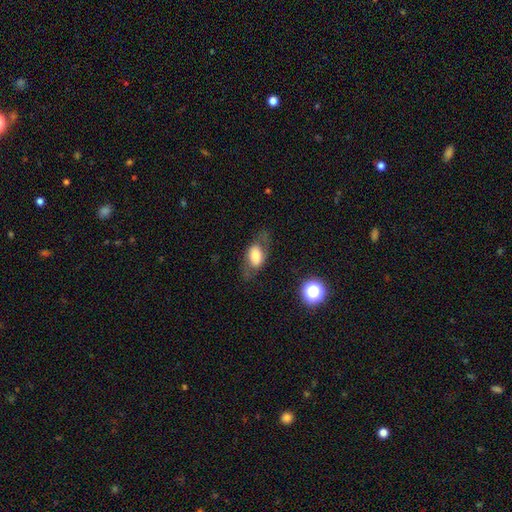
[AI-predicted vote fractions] smooth_or_featured: smooth (p=0.60) [alt: featured or disk p=0.31]
how_rounded: in between (p=0.84) [alt: round p=0.12]
merging: none (p=0.66) [alt: minor disturbance p=0.19]